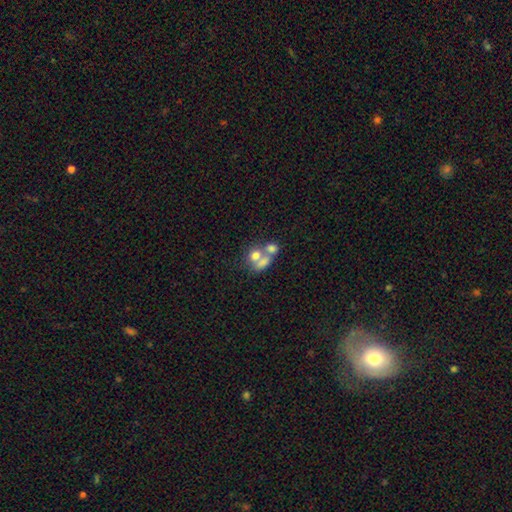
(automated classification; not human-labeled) The model was most divided on "how rounded": round: 56%, in between: 42%, cigar-shaped: 2%. More confident: smooth or featured — smooth (65%); merging — merger (60%).